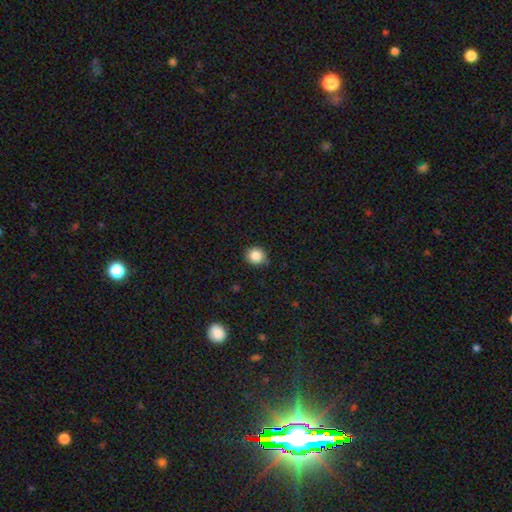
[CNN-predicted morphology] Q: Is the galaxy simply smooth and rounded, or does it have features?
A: smooth — 86%.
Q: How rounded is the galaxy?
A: round — 90%.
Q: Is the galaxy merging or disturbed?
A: none — 83%.